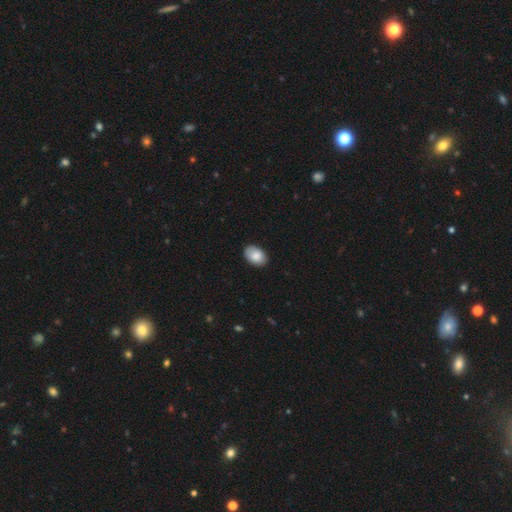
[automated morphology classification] Smooth or featured? Predicted: smooth (p=0.86). How rounded? Predicted: in between (p=0.88). Merging? Predicted: none (p=0.87).